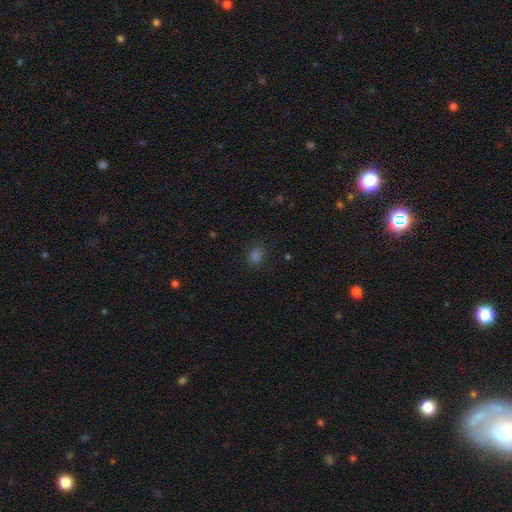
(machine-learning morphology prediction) smooth-or-featured: smooth: 75% | star or artifact: 21% | featured or disk: 4%
  how-rounded: round: 69% | in between: 29% | cigar-shaped: 1%
  merging: none: 86% | minor disturbance: 10% | major disturbance: 3% | merger: 1%